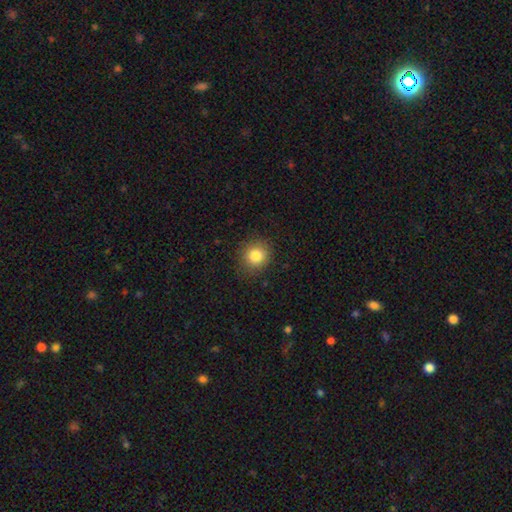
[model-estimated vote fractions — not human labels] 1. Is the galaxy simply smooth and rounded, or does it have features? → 84% smooth, 10% star or artifact, 6% featured or disk.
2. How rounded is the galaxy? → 85% round, 14% in between, 1% cigar-shaped.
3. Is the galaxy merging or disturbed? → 87% none, 9% minor disturbance, 3% major disturbance, 1% merger.